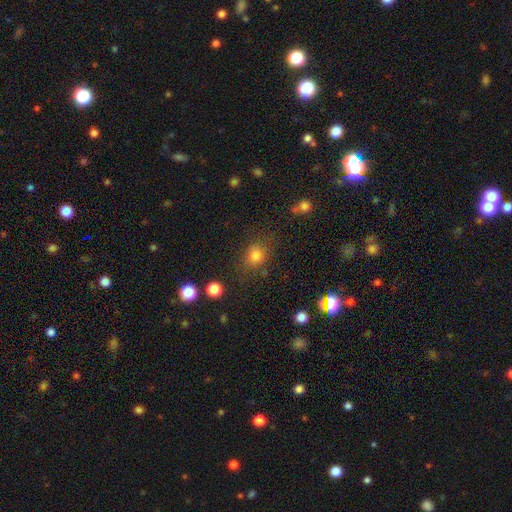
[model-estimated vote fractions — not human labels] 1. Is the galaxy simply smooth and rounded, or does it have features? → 80% smooth, 14% star or artifact, 7% featured or disk.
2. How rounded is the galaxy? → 64% round, 34% in between, 1% cigar-shaped.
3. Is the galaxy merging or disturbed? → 72% none, 16% minor disturbance, 8% major disturbance, 4% merger.